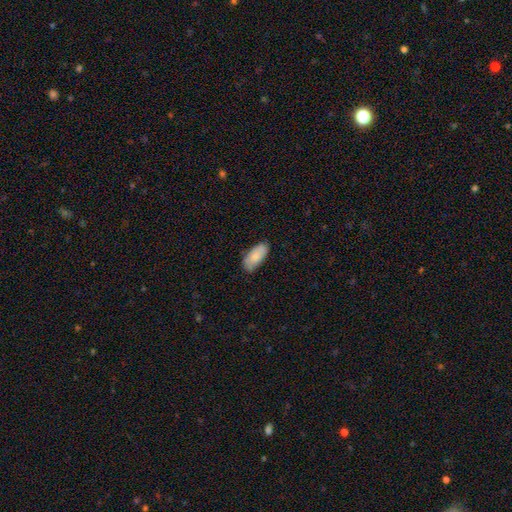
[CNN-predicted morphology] smooth-or-featured: smooth: 84% | featured or disk: 10% | star or artifact: 6%
  how-rounded: in between: 90% | cigar-shaped: 8% | round: 2%
  merging: none: 77% | minor disturbance: 19% | major disturbance: 3% | merger: 1%